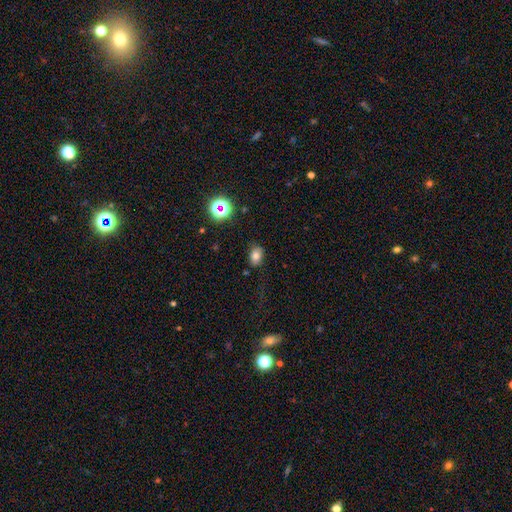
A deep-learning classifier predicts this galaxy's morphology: This appears to be a smooth galaxy with no disk features (76%) that is in between round and cigar-shaped (78%). Merging: none (80%).